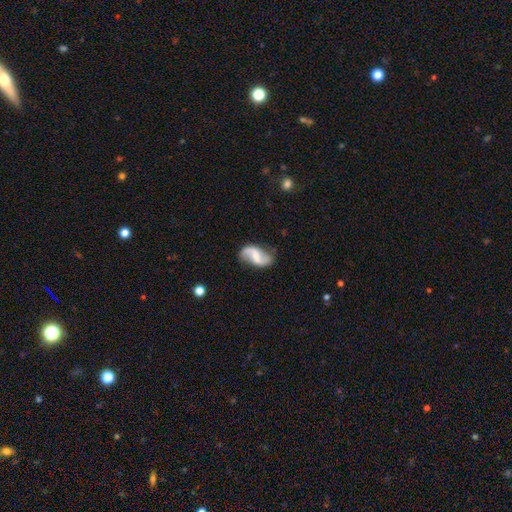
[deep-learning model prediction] Smooth or featured: featured or disk — 80% (smooth — 14%)
Edge-on disk: no — 97% (yes — 3%)
Bar: weak — 46% (no — 31%)
Spiral arms: yes — 95% (no — 5%)
Spiral winding: loose — 72% (medium — 22%)
Spiral arm count: 2 — 92% (can't tell — 3%)
Bulge size: small — 40% (none — 28%)
Merging: none — 75% (minor disturbance — 17%)